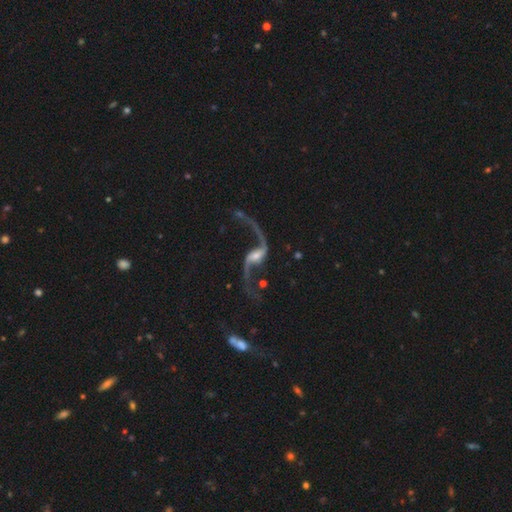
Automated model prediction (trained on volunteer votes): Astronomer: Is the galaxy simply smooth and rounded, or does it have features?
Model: featured or disk — 92%.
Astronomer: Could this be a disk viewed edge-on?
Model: no — 96%.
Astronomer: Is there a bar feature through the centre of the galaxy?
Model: weak — 41% (runner-up: strong, 31%).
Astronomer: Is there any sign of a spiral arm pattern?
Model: yes — 97%.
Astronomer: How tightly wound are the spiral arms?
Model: loose — 94%.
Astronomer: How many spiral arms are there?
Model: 2 — 94%.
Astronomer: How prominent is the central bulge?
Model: small — 46% (runner-up: moderate, 37%).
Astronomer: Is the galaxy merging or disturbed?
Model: none — 69%.